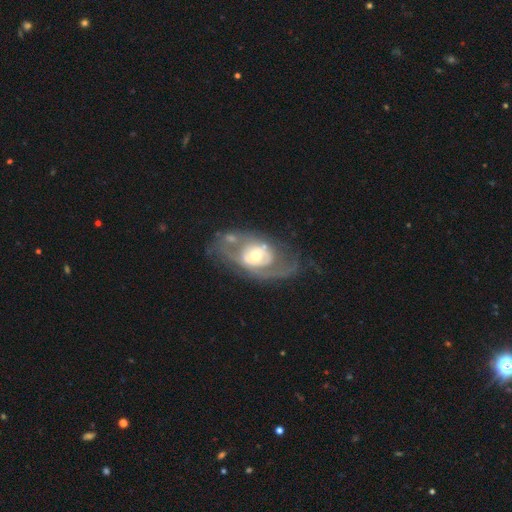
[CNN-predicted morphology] This appears to be a featured or disk galaxy (79%) with no bar (71%), spiral arms (61%) and a moderate central bulge (61%). Merging: none (52%).